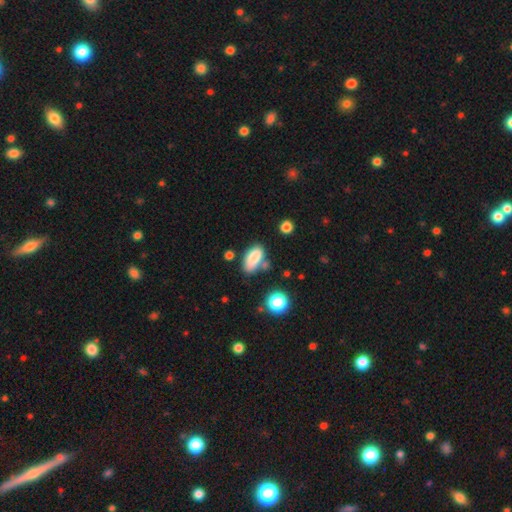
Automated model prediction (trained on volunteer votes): Q: Smooth or featured?
A: smooth (83%); runner-up: featured or disk (9%)
Q: How rounded?
A: in between (90%); runner-up: cigar-shaped (6%)
Q: Merging?
A: none (62%); runner-up: minor disturbance (20%)